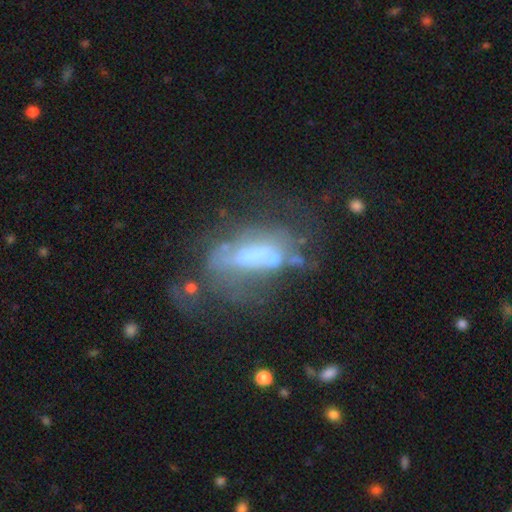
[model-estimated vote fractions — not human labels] A featured or disk galaxy (60%) with no bar (47%), no spiral arms (78%) and a moderate central bulge (34%). Merging: none (32%, tied with major disturbance).